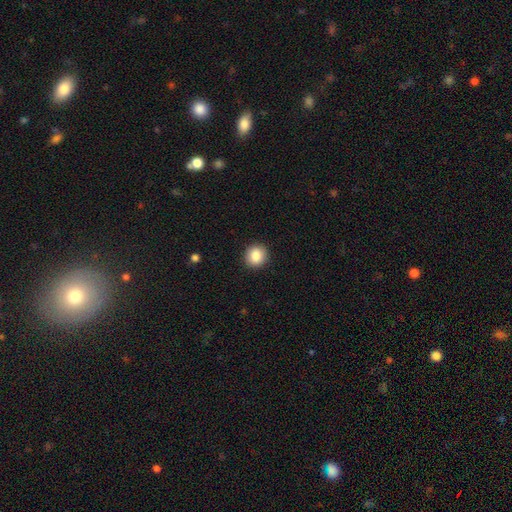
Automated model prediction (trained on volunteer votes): This appears to be a smooth galaxy with no disk features (86%) that is round (89%). Merging: none (92%).